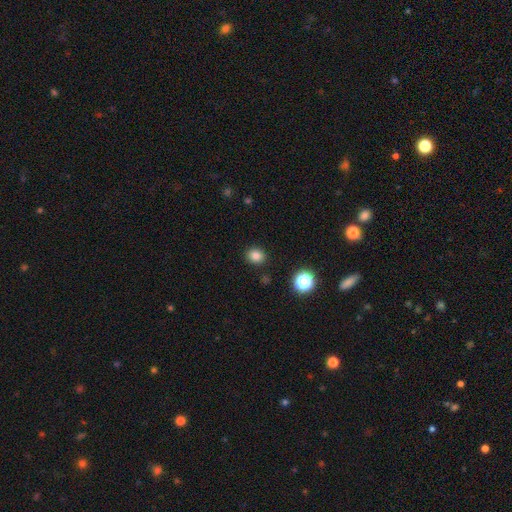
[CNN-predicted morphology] The model was most divided on "how rounded": round: 68%, in between: 31%, cigar-shaped: 1%. More confident: merging — none (89%); smooth or featured — smooth (82%).